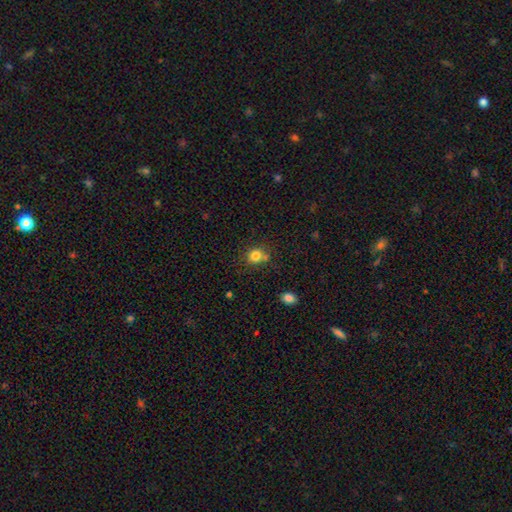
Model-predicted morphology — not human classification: Smooth or featured? Predicted: smooth (p=0.81). How rounded? Predicted: round (p=0.76). Merging? Predicted: none (p=0.67).